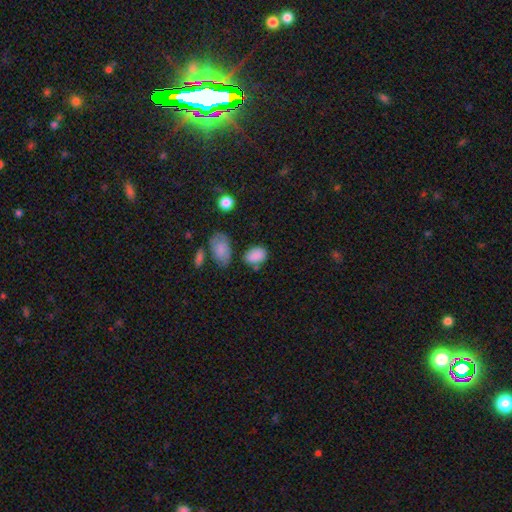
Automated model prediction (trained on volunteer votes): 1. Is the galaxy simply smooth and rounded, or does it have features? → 86% smooth, 9% star or artifact, 5% featured or disk.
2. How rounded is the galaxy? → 81% in between, 18% round, 1% cigar-shaped.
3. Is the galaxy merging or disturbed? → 68% none, 19% minor disturbance, 8% merger, 5% major disturbance.